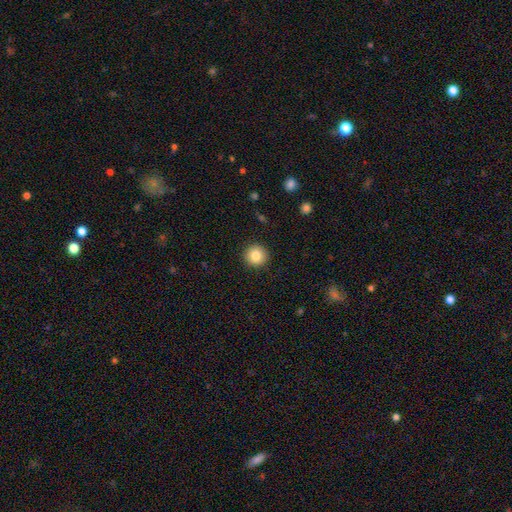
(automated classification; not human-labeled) A smooth galaxy with no disk features (84%) that is round (94%). Merging: none (92%).